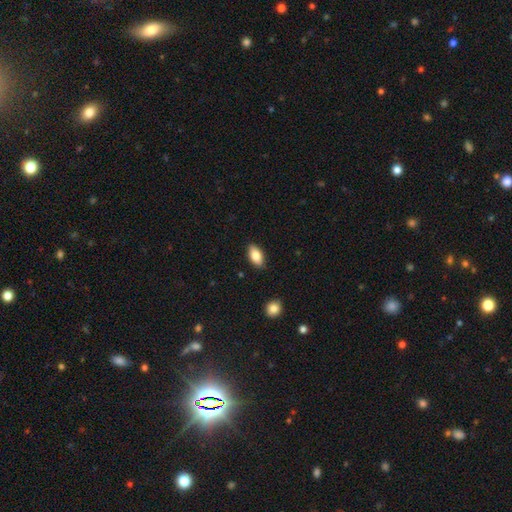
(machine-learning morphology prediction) smooth 82%, featured or disk 11%, star or artifact 7%. Down the decision tree: how rounded — in between (92%); merging — none (88%).